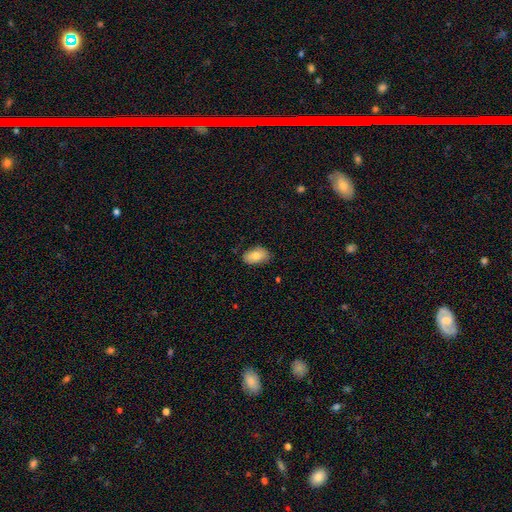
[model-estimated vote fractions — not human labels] The model was most divided on "smooth or featured": smooth: 79%, featured or disk: 14%, star or artifact: 7%. More confident: how rounded — in between (92%); merging — none (82%).